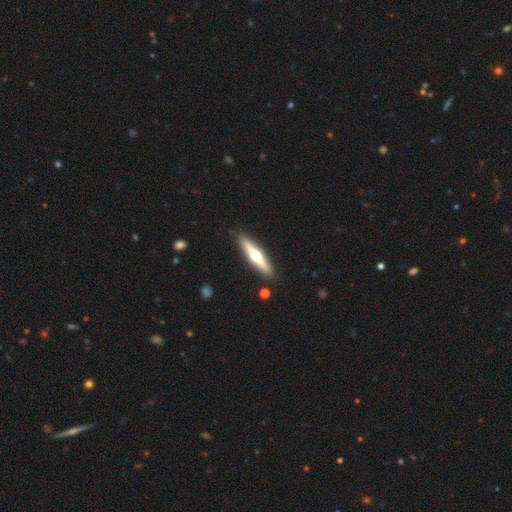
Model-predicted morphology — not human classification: type=featured or disk (62%); edge-on=yes (95%); edge-on bulge=rounded (95%); merging=none (90%).